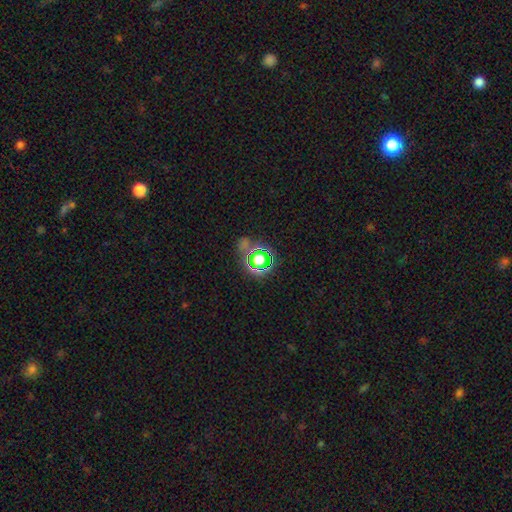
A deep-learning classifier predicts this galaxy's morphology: A star or artifact, not a galaxy (72%).

Vote fractions:
- Smooth or featured? star or artifact: 72% / smooth: 20% / featured or disk: 8%